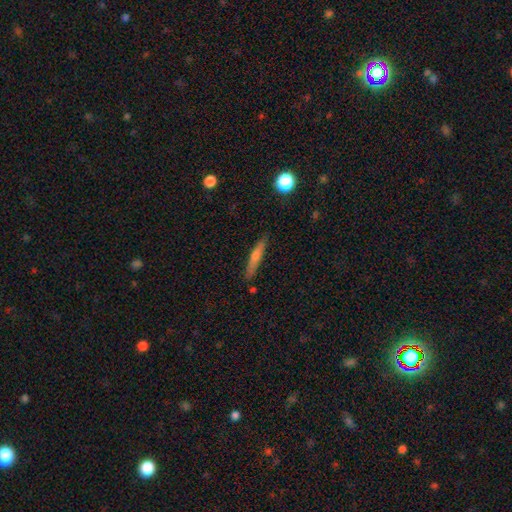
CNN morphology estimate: This is possibly a smooth galaxy (54%). How rounded: clearly cigar-shaped (91%). Merging: clearly none (84%).